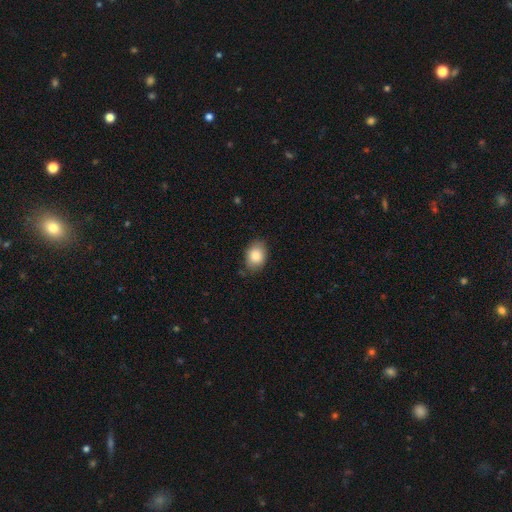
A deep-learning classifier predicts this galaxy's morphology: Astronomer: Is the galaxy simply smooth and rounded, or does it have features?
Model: smooth — 85%.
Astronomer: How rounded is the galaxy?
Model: in between — 69%.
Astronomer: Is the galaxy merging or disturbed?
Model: none — 77%.